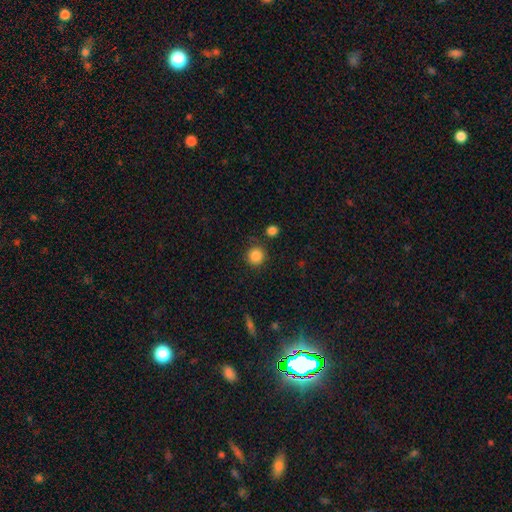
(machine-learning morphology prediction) Q: Smooth or featured?
A: smooth (86%); runner-up: star or artifact (10%)
Q: How rounded?
A: round (93%); runner-up: in between (6%)
Q: Merging?
A: none (83%); runner-up: minor disturbance (9%)